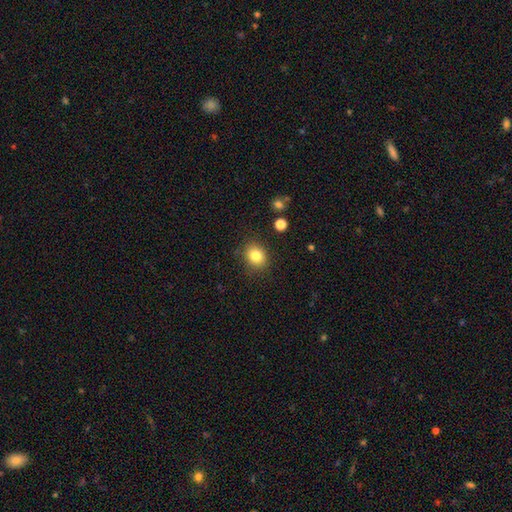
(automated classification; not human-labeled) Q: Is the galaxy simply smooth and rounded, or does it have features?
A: smooth — 83%.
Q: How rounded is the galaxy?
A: round — 62%.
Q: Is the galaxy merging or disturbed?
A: none — 86%.